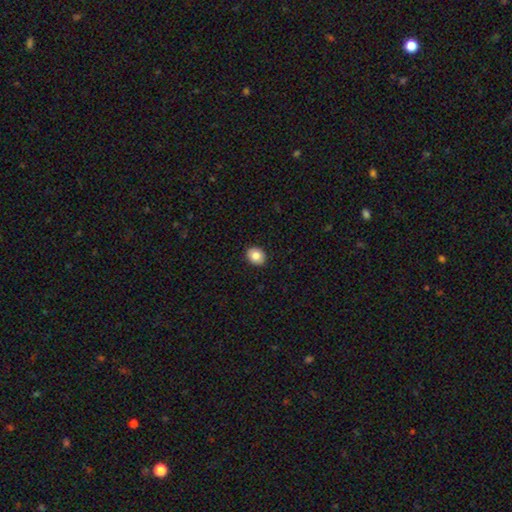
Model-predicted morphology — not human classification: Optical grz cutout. It shows a smooth galaxy with no disk features (83%) that is round (63%). Merging: none (90%).